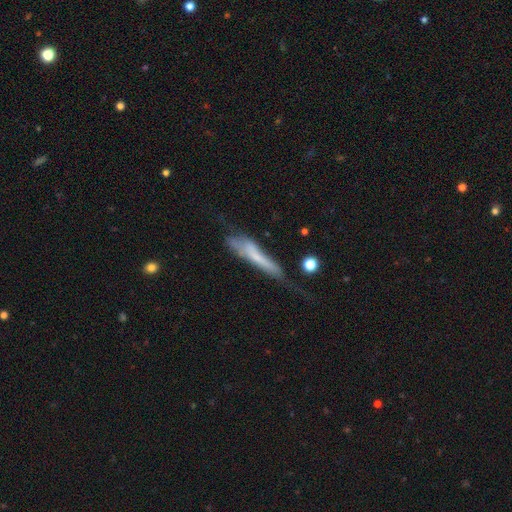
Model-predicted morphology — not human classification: A smooth galaxy with no disk features (50%).

Vote fractions:
- Smooth or featured? smooth: 50% / featured or disk: 42% / star or artifact: 8%
- Merging? major disturbance: 34% / none: 30% / minor disturbance: 28% / merger: 8%